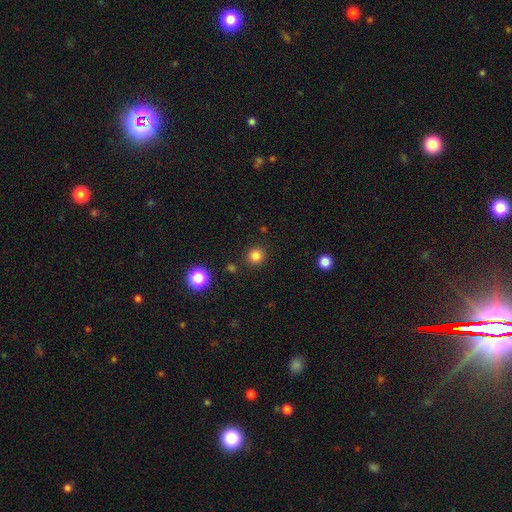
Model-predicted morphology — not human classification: smooth_or_featured: smooth (p=0.82) [alt: star or artifact p=0.14]
how_rounded: round (p=0.93) [alt: in between p=0.06]
merging: none (p=0.90) [alt: minor disturbance p=0.06]